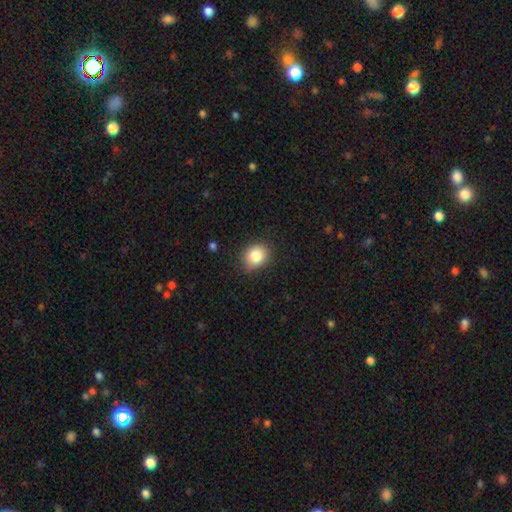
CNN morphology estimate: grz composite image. It shows a smooth galaxy with no disk features (85%) that is round (63%). Merging: none (82%).